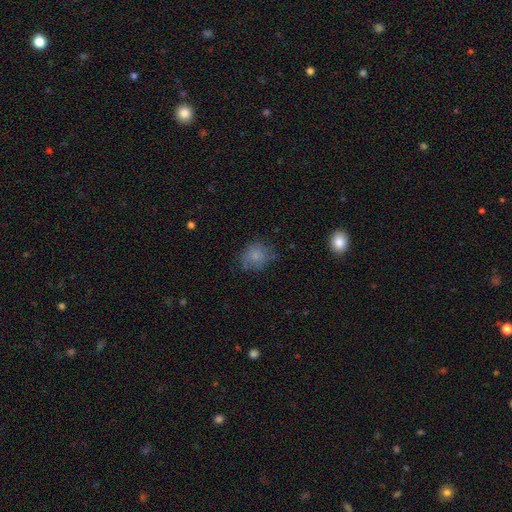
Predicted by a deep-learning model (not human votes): Q: Smooth or featured?
A: smooth (74%); runner-up: featured or disk (15%)
Q: How rounded?
A: round (67%); runner-up: in between (32%)
Q: Merging?
A: none (58%); runner-up: minor disturbance (28%)